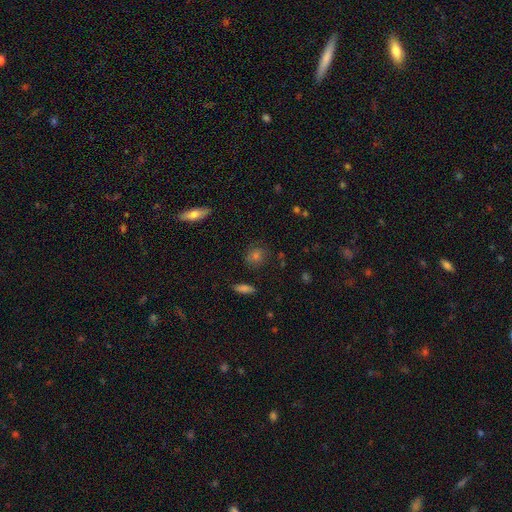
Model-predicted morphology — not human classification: Smooth or featured: smooth — 61% (star or artifact — 21%)
How rounded: round — 71% (in between — 25%)
Merging: none — 80% (minor disturbance — 14%)